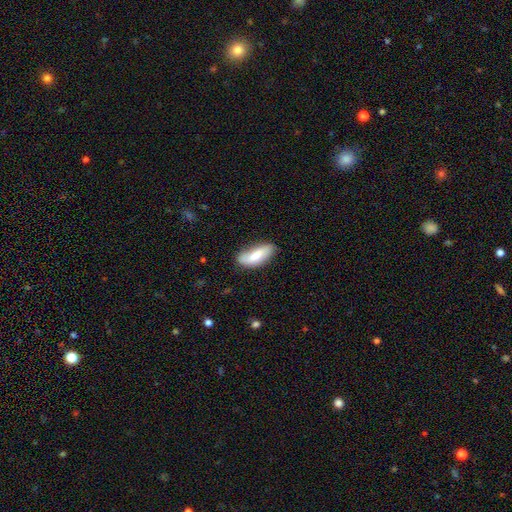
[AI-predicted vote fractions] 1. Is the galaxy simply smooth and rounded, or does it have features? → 67% smooth, 26% featured or disk, 6% star or artifact.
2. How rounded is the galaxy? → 79% in between, 19% cigar-shaped, 2% round.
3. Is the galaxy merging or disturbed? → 65% none, 26% minor disturbance, 6% major disturbance, 3% merger.